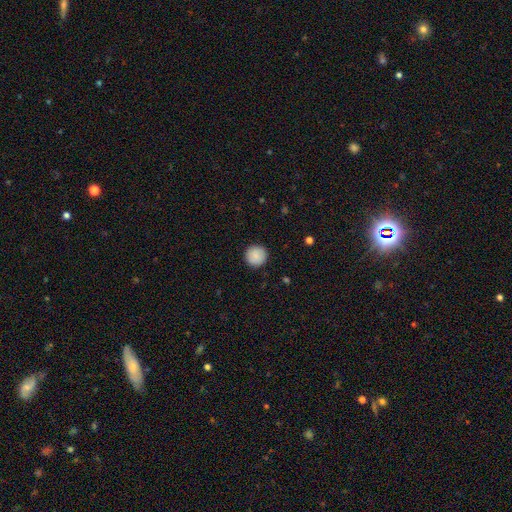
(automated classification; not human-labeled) Overall: smooth (88%). How rounded: round (96%). Merging: none (91%).